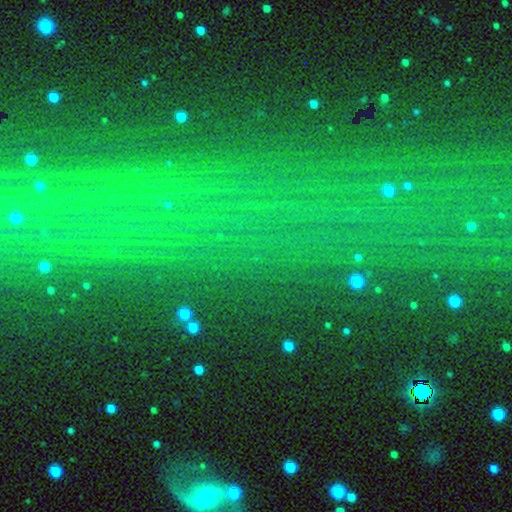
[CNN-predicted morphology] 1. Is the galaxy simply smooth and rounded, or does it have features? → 81% star or artifact, 9% smooth, 9% featured or disk.